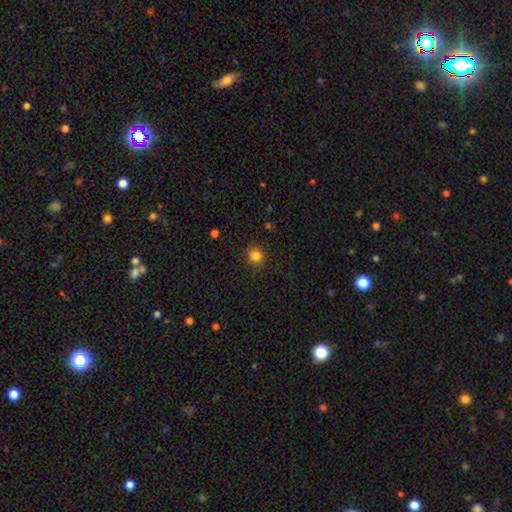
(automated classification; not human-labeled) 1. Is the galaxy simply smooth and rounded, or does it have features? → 83% smooth, 13% star or artifact, 4% featured or disk.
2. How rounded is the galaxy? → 92% round, 8% in between, 1% cigar-shaped.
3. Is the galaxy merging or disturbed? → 90% none, 7% minor disturbance, 2% major disturbance, 1% merger.